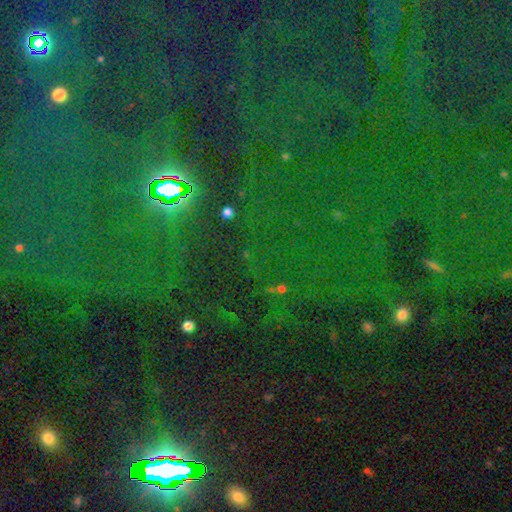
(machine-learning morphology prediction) This is clearly a star or artifact rather than a galaxy (83%).